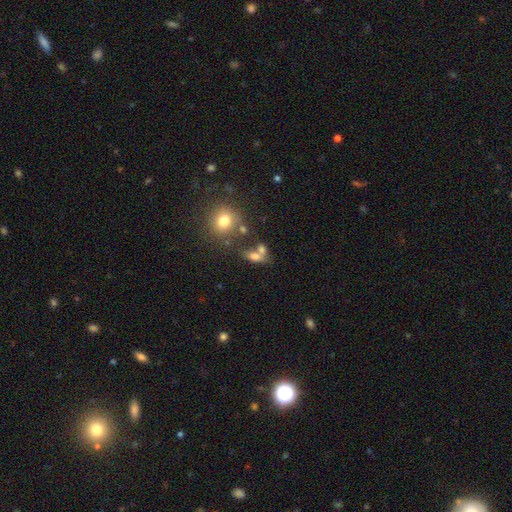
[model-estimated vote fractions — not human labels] smooth_or_featured: smooth (p=0.70) [alt: featured or disk p=0.16]
how_rounded: in between (p=0.74) [alt: round p=0.19]
merging: none (p=0.40) [tied with: merger p=0.40]